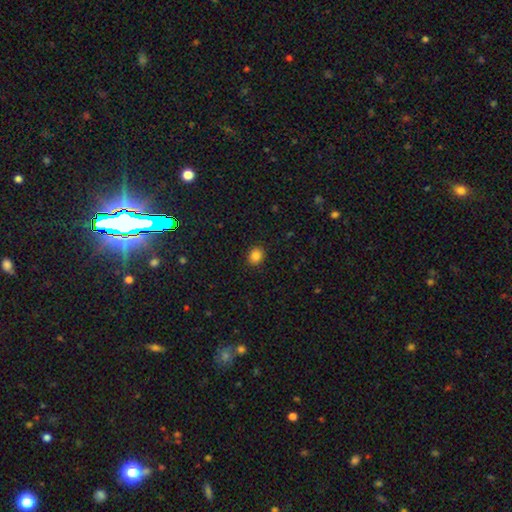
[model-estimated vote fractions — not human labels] Smooth or featured? smooth (86%)
How rounded? round (63%)
Merging? none (90%)